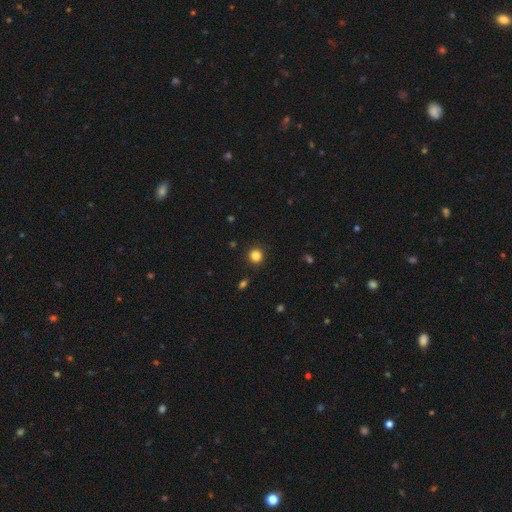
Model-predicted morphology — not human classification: Overall: smooth (84%). How rounded: round (93%). Merging: none (91%).